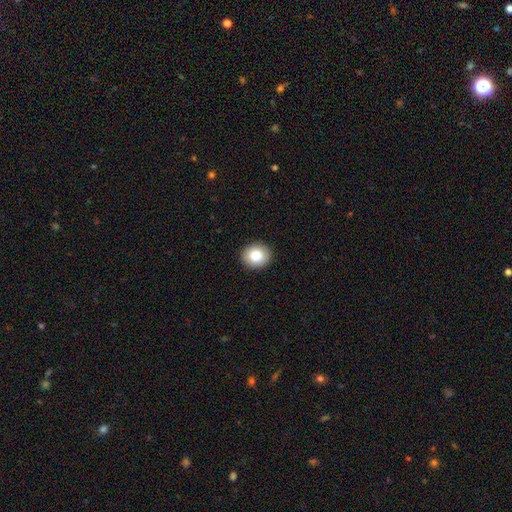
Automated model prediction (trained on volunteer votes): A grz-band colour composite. It shows a smooth galaxy with no disk features (82%) that is round (72%). Merging: none (92%).